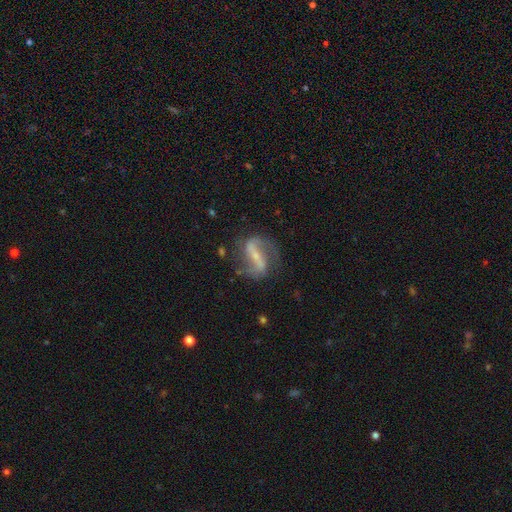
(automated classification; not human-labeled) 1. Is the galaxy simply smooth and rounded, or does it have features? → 85% featured or disk, 9% smooth, 6% star or artifact.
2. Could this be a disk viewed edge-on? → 95% no, 5% yes.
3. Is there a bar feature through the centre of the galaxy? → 60% strong, 26% weak, 14% no.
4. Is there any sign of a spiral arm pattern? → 93% yes, 7% no.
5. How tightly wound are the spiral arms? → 49% loose, 38% medium, 13% tight.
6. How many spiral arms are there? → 89% 2, 4% 1, 4% can't tell, 1% 3, 1% 4, 1% more than 4.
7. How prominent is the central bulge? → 67% small, 23% moderate, 7% none, 2% large, 1% dominant.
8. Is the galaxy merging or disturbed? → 71% none, 16% minor disturbance, 10% major disturbance, 2% merger.